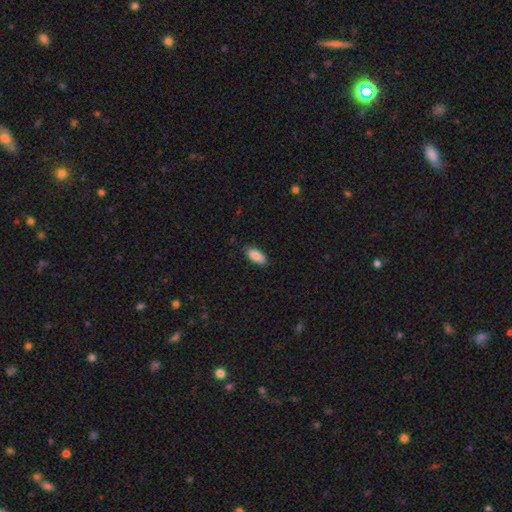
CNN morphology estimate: A smooth galaxy with no disk features (89%) that is in between round and cigar-shaped (88%). Merging: none (82%).